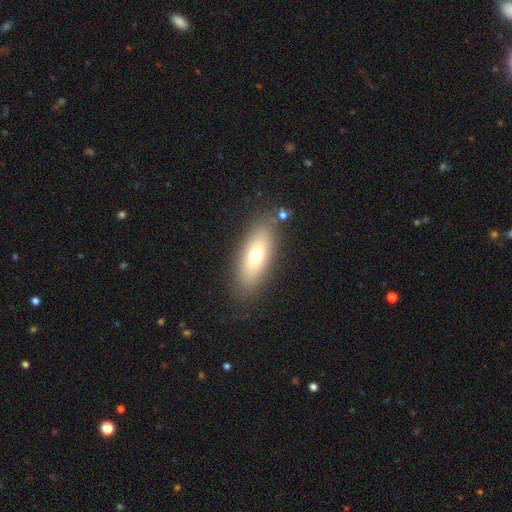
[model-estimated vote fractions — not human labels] Overall: smooth (65%; featured or disk 27%). How rounded: in between (68%; cigar-shaped 29%). Merging: none (83%).